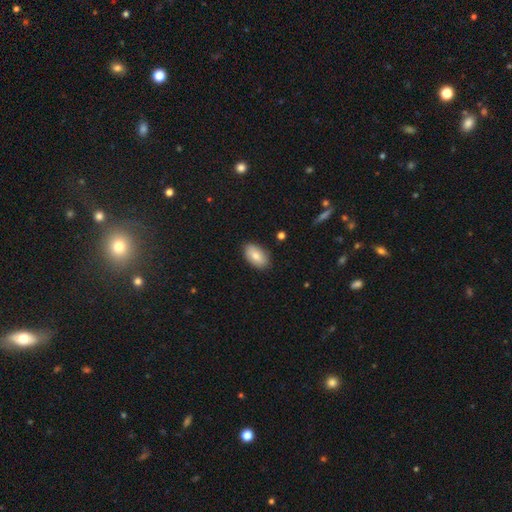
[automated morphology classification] A smooth galaxy with no disk features (82%) that is in between round and cigar-shaped (94%). Merging: none (86%).